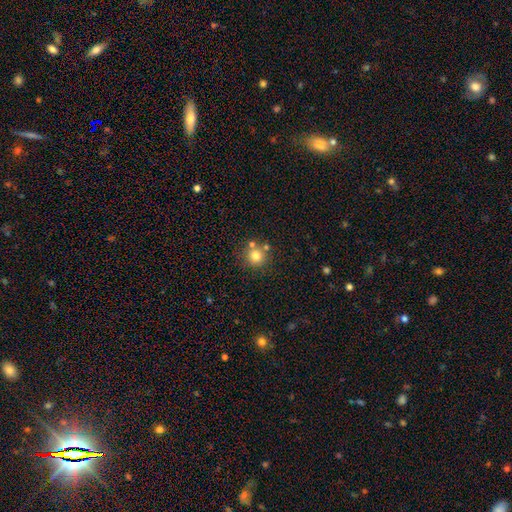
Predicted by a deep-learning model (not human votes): smooth 78%, star or artifact 13%, featured or disk 9%. Down the decision tree: how rounded — round (93%); merging — none (72%).